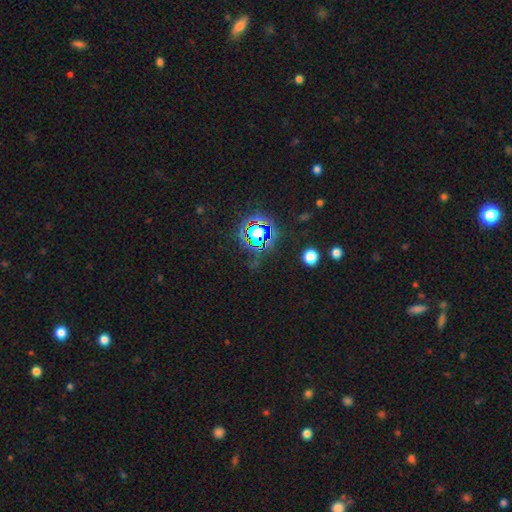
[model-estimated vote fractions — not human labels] Smooth or featured? star or artifact (80%)